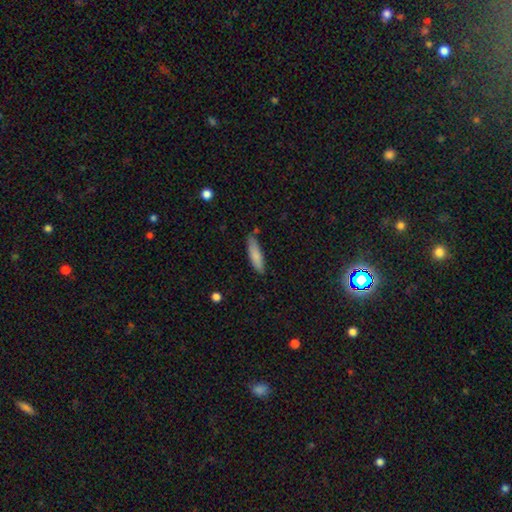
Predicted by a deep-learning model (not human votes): This is clearly a smooth galaxy (82%). How rounded: likely cigar-shaped (67%). Merging: likely none (78%).